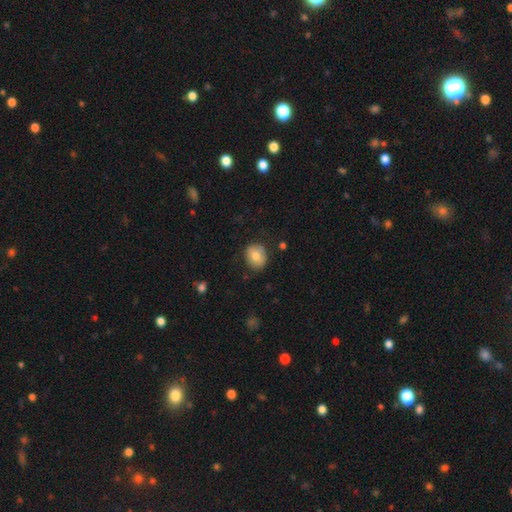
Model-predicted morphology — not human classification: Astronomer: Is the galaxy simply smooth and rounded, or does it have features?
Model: smooth — 76%.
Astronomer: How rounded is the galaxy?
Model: round — 63%.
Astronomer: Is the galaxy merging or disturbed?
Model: none — 81%.